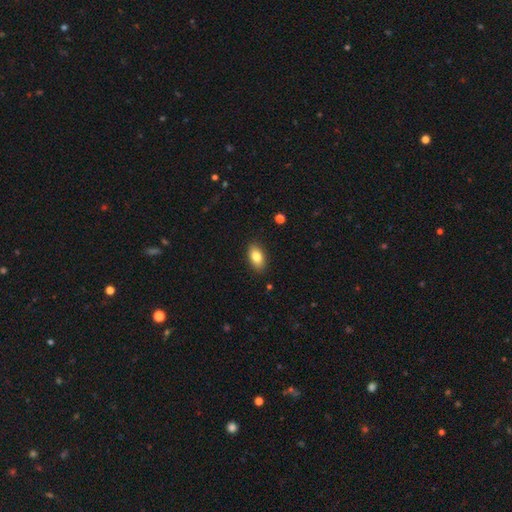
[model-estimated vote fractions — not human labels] smooth-or-featured: smooth: 82% | featured or disk: 11% | star or artifact: 8%
  how-rounded: in between: 90% | round: 7% | cigar-shaped: 3%
  merging: none: 88% | minor disturbance: 9% | major disturbance: 2% | merger: 1%